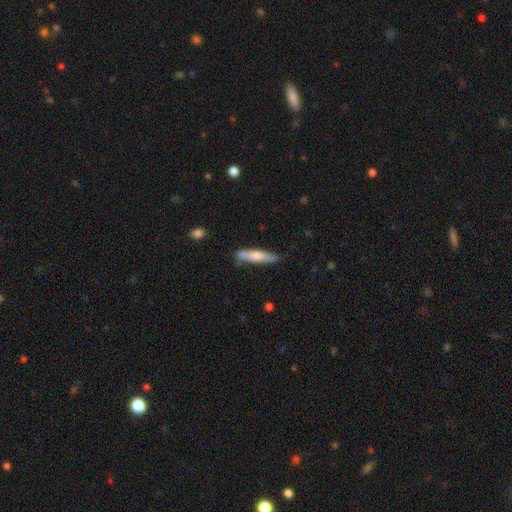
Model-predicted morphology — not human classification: Smooth or featured?
  - smooth: 67% *
  - featured or disk: 28%
  - star or artifact: 5%
How rounded?
  - cigar-shaped: 84% *
  - in between: 15%
  - round: 1%
Merging?
  - none: 81% *
  - minor disturbance: 14%
  - major disturbance: 2%
  - merger: 2%